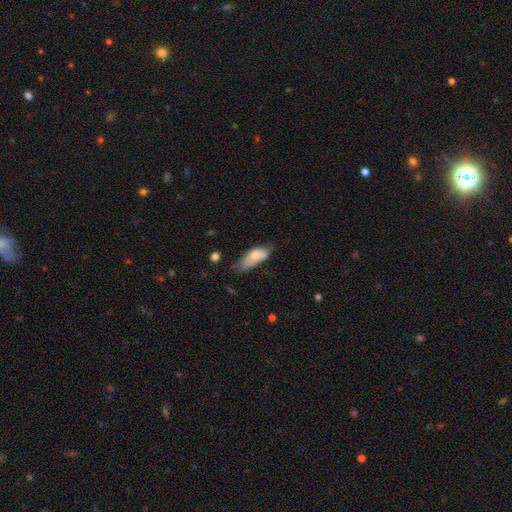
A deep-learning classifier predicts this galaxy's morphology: Smooth or featured? smooth (74%)
How rounded? in between (82%)
Merging? minor disturbance (40%)